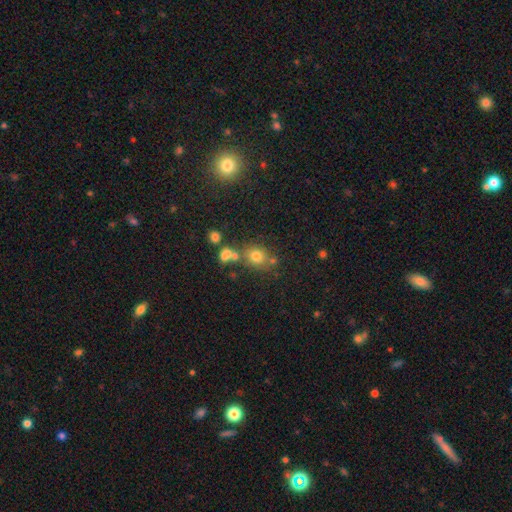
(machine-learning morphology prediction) smooth 70%, star or artifact 18%, featured or disk 12%. Down the decision tree: how rounded — round (70%); merging — none (61%).